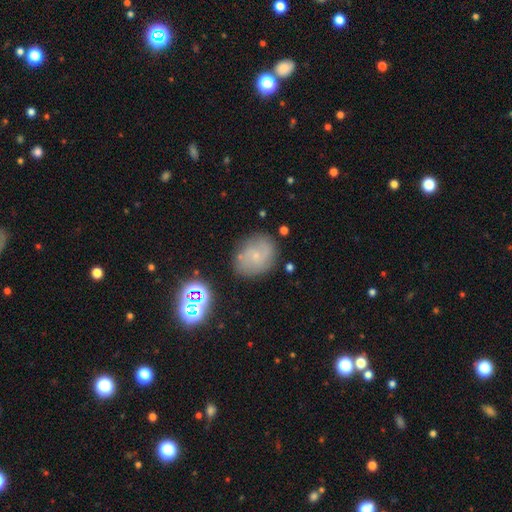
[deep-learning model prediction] Smooth or featured: featured or disk — 42% (tied with smooth — 42%)
Merging: none — 75% (minor disturbance — 16%)